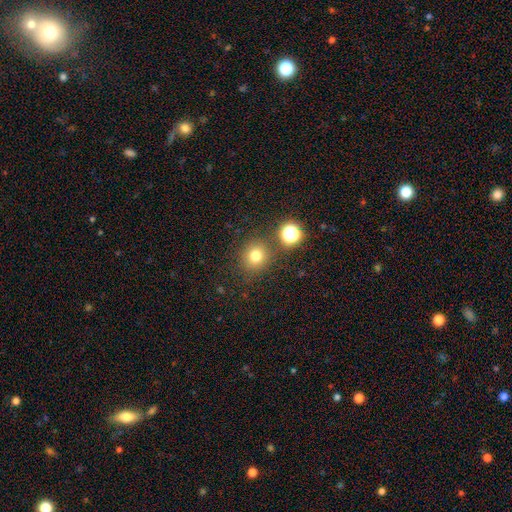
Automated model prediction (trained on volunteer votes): Smooth or featured?
  - smooth: 75% *
  - star or artifact: 18%
  - featured or disk: 7%
How rounded?
  - round: 86% *
  - in between: 13%
  - cigar-shaped: 1%
Merging?
  - none: 81% *
  - minor disturbance: 9%
  - merger: 7%
  - major disturbance: 4%